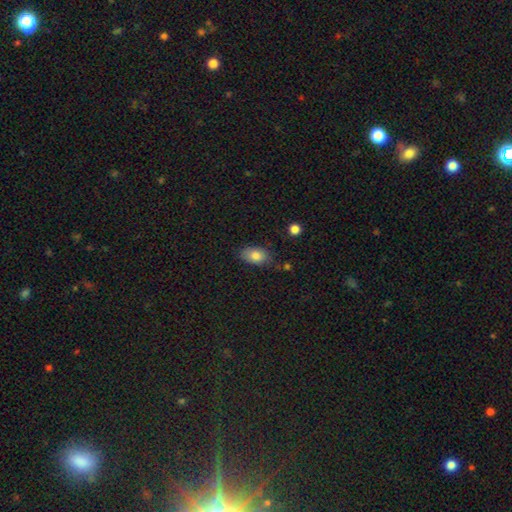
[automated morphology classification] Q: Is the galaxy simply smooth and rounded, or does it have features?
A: smooth — 81%.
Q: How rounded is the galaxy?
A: in between — 88%.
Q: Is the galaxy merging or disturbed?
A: none — 75%.